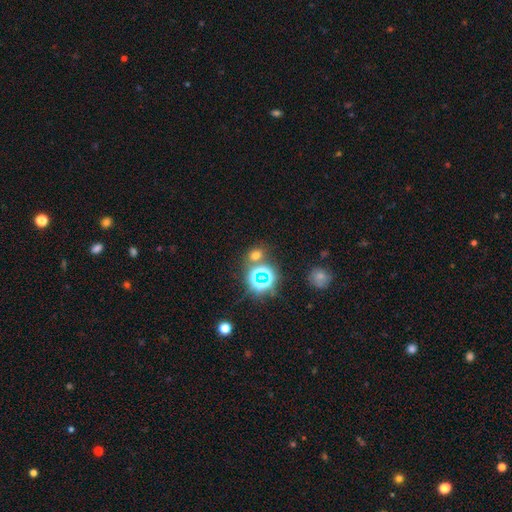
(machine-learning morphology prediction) Smooth or featured? smooth (55%)
How rounded? round (55%)
Merging? none (73%)